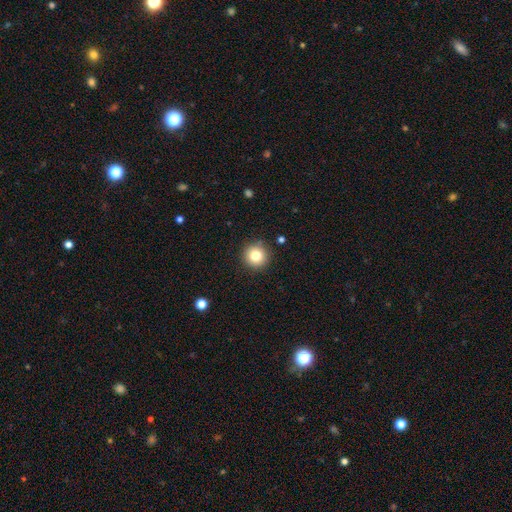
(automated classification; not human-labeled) Overall: smooth (80%). How rounded: round (95%). Merging: none (90%).